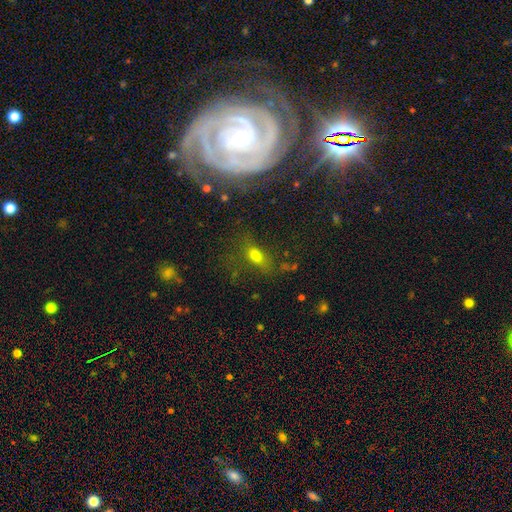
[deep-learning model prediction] Smooth or featured? smooth (67%)
How rounded? in between (70%)
Merging? none (62%)